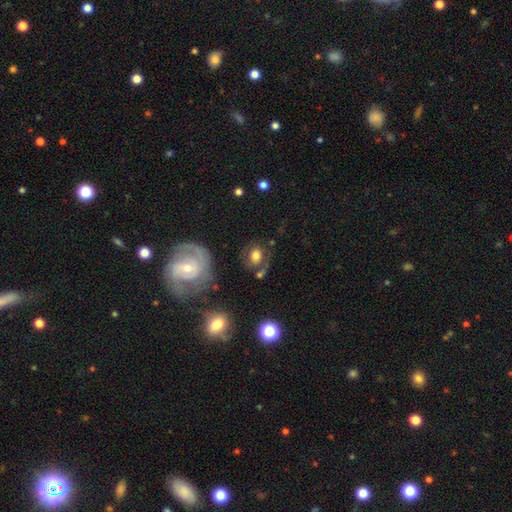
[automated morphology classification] Smooth or featured? Predicted: smooth (p=0.66). How rounded? Predicted: round (p=0.54). Merging? Predicted: none (p=0.61).